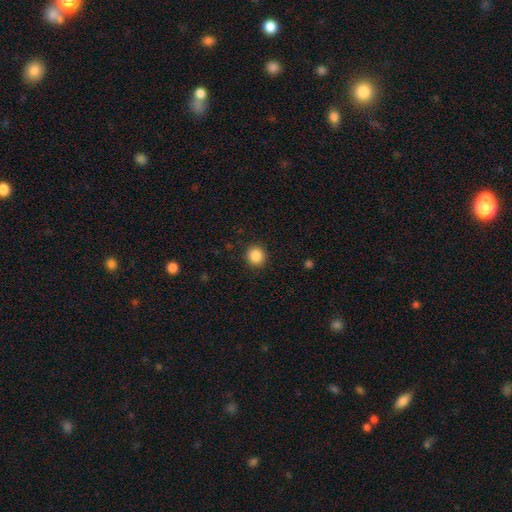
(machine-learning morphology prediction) type=smooth (87%); roundness=round (91%); merging=none (91%).